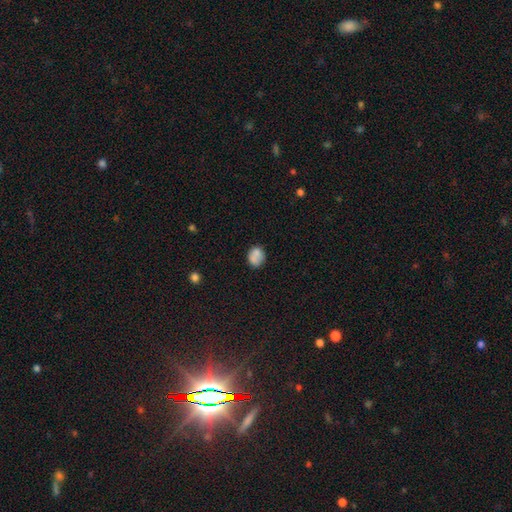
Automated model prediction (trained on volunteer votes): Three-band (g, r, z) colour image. It shows a smooth galaxy with no disk features (77%) that is round (54%). Merging: none (58%).